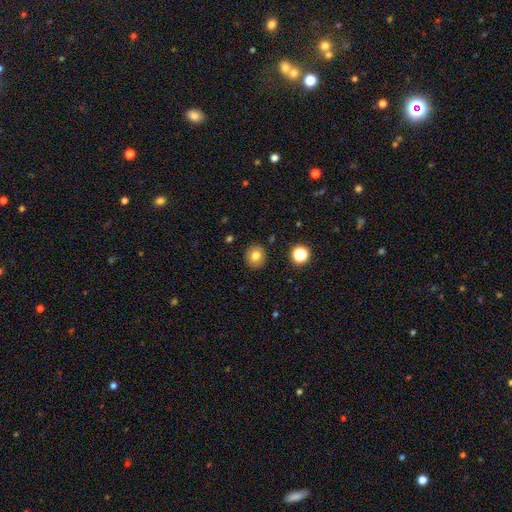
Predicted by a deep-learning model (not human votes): Smooth or featured? smooth (79%)
How rounded? round (85%)
Merging? none (89%)